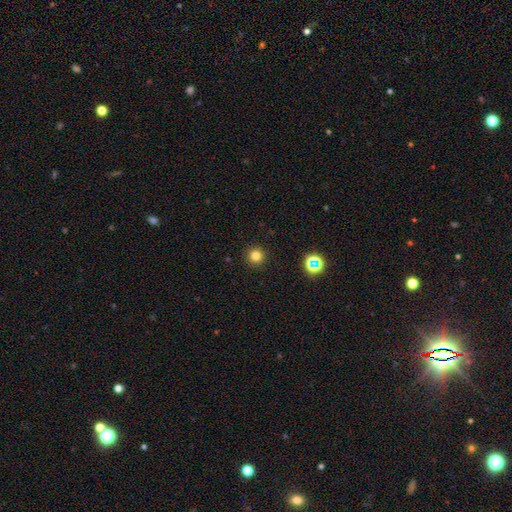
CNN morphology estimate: Q: Smooth or featured?
A: smooth (79%); runner-up: star or artifact (15%)
Q: How rounded?
A: round (96%); runner-up: in between (3%)
Q: Merging?
A: none (93%); runner-up: minor disturbance (5%)